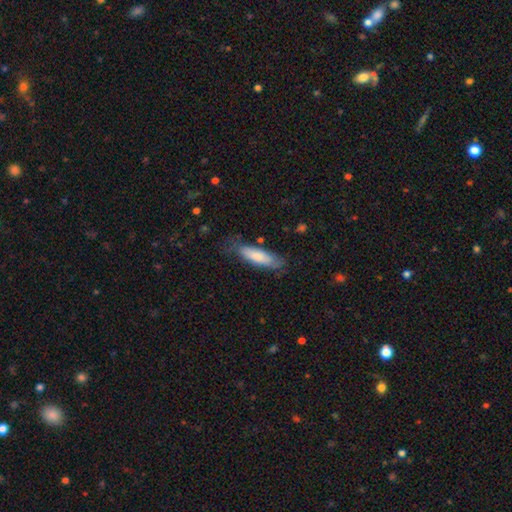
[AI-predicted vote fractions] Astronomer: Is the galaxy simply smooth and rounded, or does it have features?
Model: smooth — 73%.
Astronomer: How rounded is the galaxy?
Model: cigar-shaped — 59% (runner-up: in between, 40%).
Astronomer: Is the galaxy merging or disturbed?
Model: none — 68%.